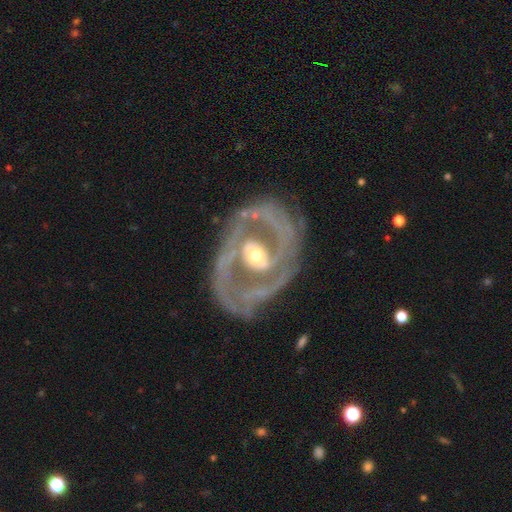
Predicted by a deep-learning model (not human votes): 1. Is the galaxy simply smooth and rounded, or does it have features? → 88% featured or disk, 8% smooth, 4% star or artifact.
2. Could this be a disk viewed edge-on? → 96% no, 4% yes.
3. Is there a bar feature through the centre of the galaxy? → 39% no, 34% weak, 27% strong.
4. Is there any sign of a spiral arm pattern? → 78% yes, 22% no.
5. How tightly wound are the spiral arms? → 44% tight, 39% medium, 16% loose.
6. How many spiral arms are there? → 70% 2, 13% can't tell, 6% 3, 5% 1, 3% 4, 3% more than 4.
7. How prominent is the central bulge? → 66% moderate, 24% small, 8% large, 1% dominant, 1% none.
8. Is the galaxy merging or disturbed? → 69% none, 17% minor disturbance, 11% major disturbance, 3% merger.